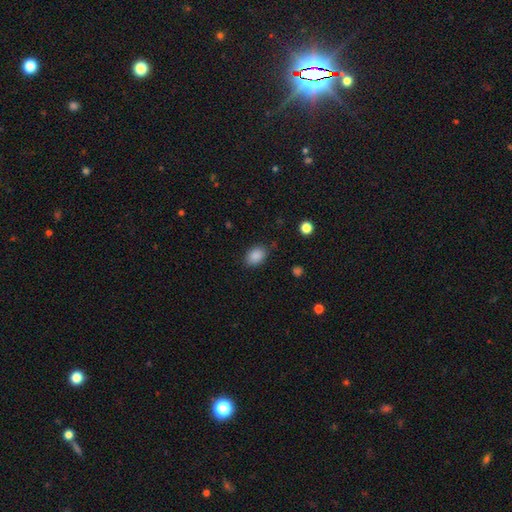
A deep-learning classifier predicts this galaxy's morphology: type=smooth (88%); roundness=in between (80%); merging=none (82%).